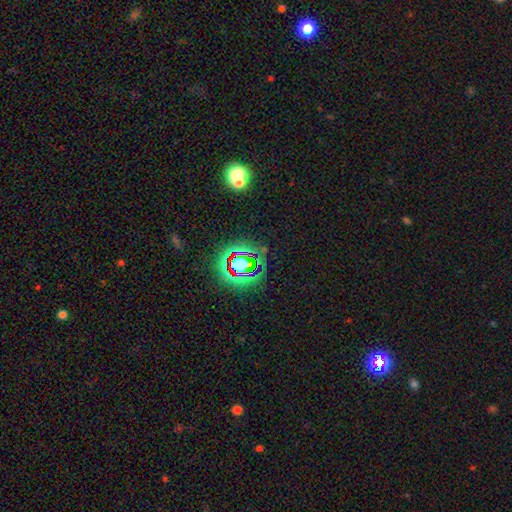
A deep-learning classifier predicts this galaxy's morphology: Q: Smooth or featured?
A: star or artifact (76%); runner-up: smooth (14%)